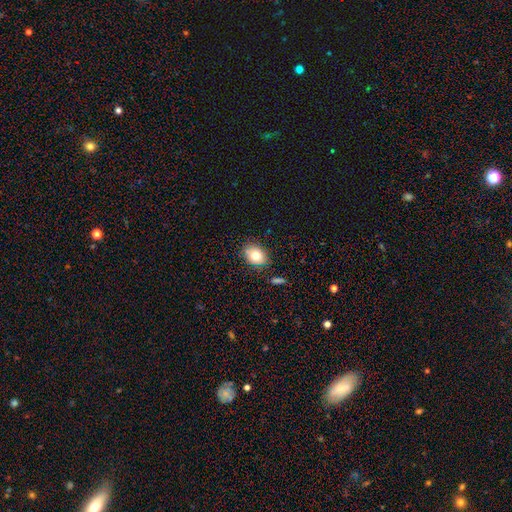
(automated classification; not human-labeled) Smooth or featured?
  - smooth: 77% *
  - featured or disk: 12%
  - star or artifact: 11%
How rounded?
  - in between: 64% *
  - round: 35%
  - cigar-shaped: 1%
Merging?
  - none: 81% *
  - minor disturbance: 13%
  - merger: 3%
  - major disturbance: 3%